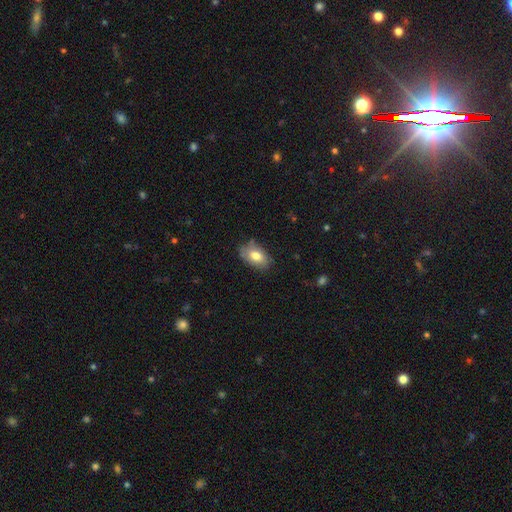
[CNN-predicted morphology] type=smooth (77%); roundness=in between (91%); merging=none (74%).